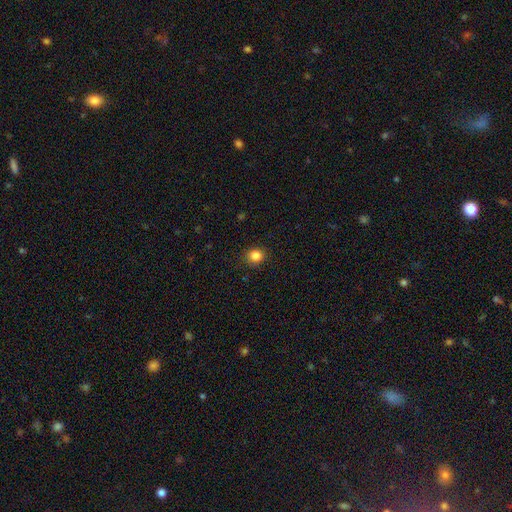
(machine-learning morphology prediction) Smooth or featured? Predicted: smooth (p=0.85). How rounded? Predicted: round (p=0.79). Merging? Predicted: none (p=0.89).